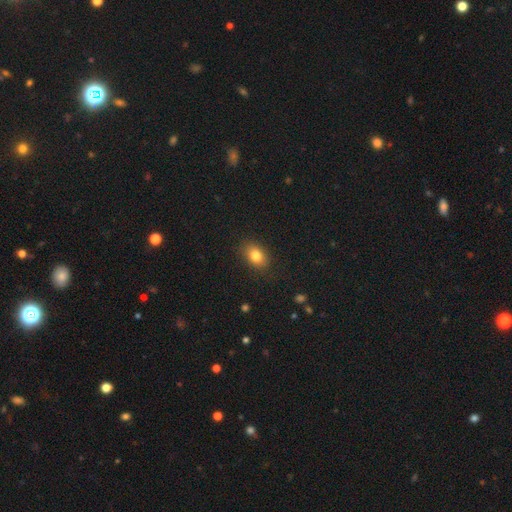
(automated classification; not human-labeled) smooth_or_featured: smooth (p=0.82) [alt: star or artifact p=0.10]
how_rounded: in between (p=0.73) [alt: round p=0.26]
merging: none (p=0.85) [alt: minor disturbance p=0.11]